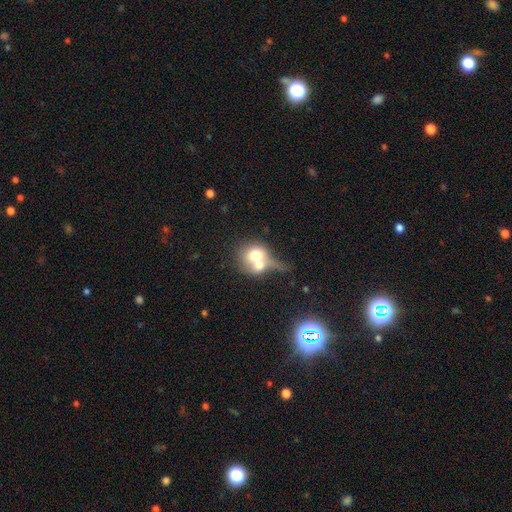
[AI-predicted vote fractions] smooth_or_featured: smooth (p=0.65) [alt: featured or disk p=0.26]
how_rounded: round (p=0.69) [alt: in between p=0.29]
merging: merger (p=0.69) [alt: none p=0.15]